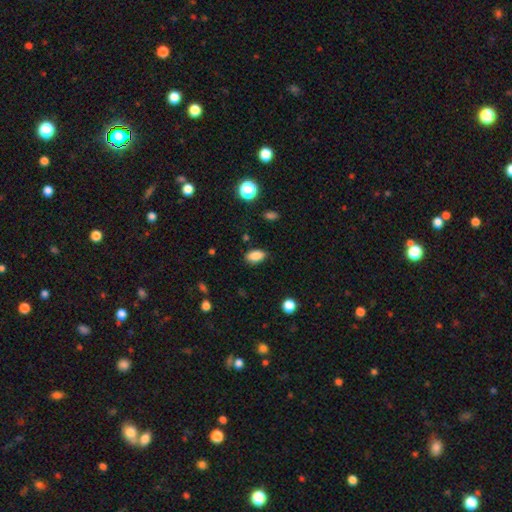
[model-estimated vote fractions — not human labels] smooth-or-featured: smooth: 87% | star or artifact: 9% | featured or disk: 4%
  how-rounded: in between: 90% | round: 8% | cigar-shaped: 3%
  merging: none: 85% | minor disturbance: 11% | major disturbance: 3% | merger: 1%